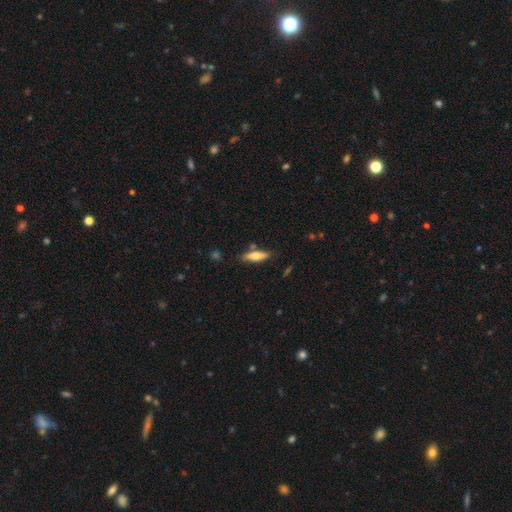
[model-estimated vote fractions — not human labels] Overall: smooth (61%; featured or disk 33%). How rounded: cigar-shaped (64%; in between 34%). Merging: none (79%).